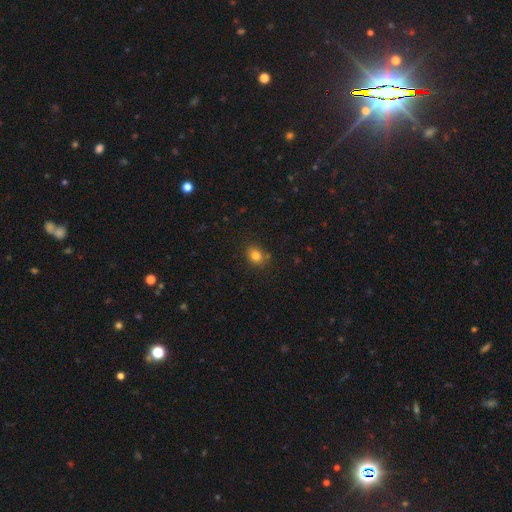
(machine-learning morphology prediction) Overall: smooth (81%). How rounded: round (50%; in between 49%). Merging: none (80%).